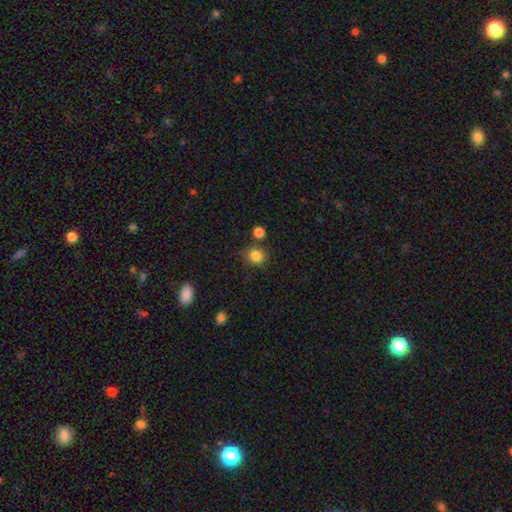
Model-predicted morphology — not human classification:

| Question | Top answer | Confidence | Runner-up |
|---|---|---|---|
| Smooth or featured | smooth | 84% | star or artifact (11%) |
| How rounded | round | 82% | in between (17%) |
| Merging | none | 75% | minor disturbance (13%) |